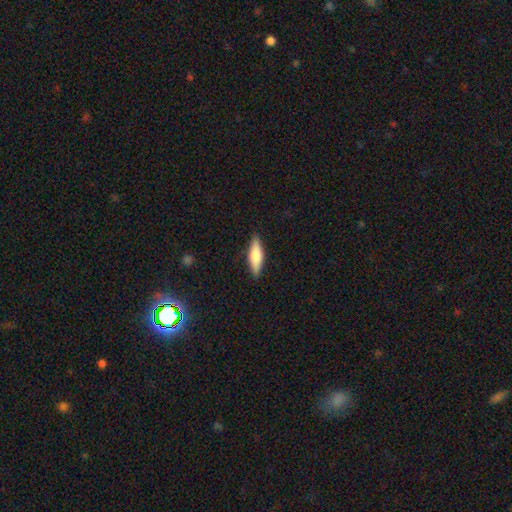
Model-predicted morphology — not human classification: The model was most divided on "how rounded": cigar-shaped: 54%, in between: 43%, round: 2%. More confident: merging — none (88%); smooth or featured — smooth (64%).